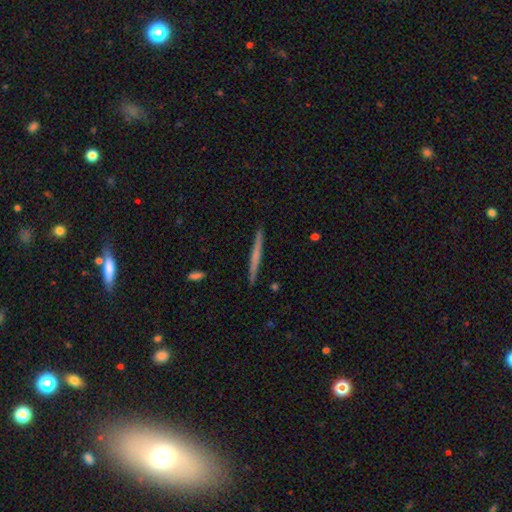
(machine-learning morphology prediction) This is possibly a smooth galaxy (48%). Merging: clearly none (92%).